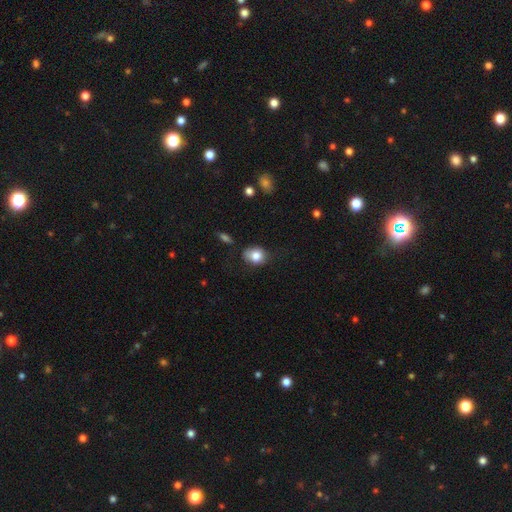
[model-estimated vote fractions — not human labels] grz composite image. It shows a smooth galaxy with no disk features (81%) that is in between round and cigar-shaped (51%). Merging: none (62%).